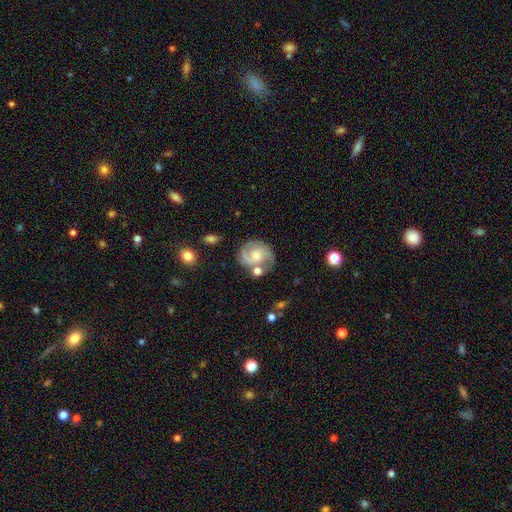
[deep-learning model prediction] Morphology: type=featured or disk (78%); edge-on=no (98%); bar=no (59%); spiral arms=yes (95%); winding=medium (48%); arm count=2 (81%); bulge=moderate (40%); merging=none (61%).